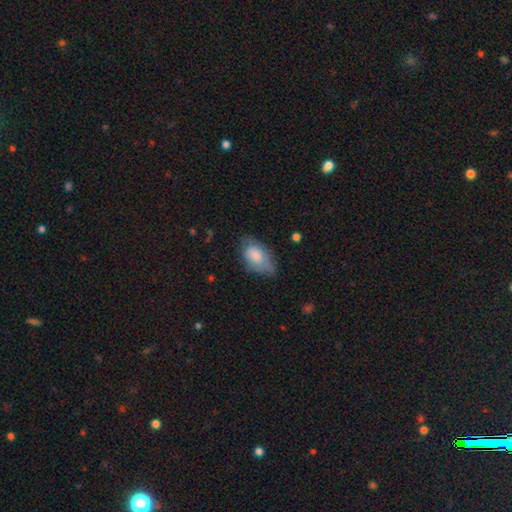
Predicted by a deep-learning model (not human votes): Q: Smooth or featured?
A: smooth (76%); runner-up: featured or disk (18%)
Q: How rounded?
A: in between (92%); runner-up: round (6%)
Q: Merging?
A: none (52%); runner-up: minor disturbance (35%)